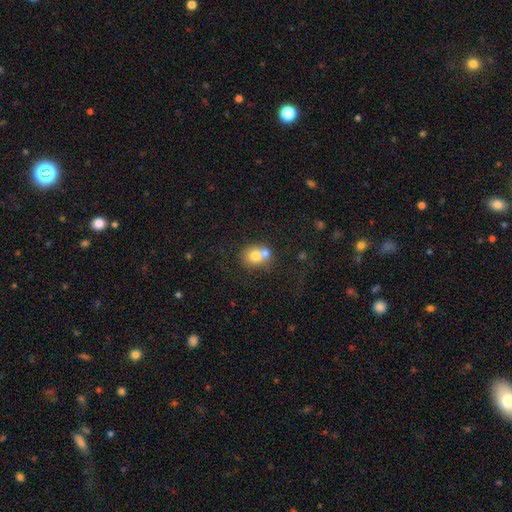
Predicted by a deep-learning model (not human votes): A smooth galaxy with no disk features (72%) that is round (74%). Merging: merger (49%).